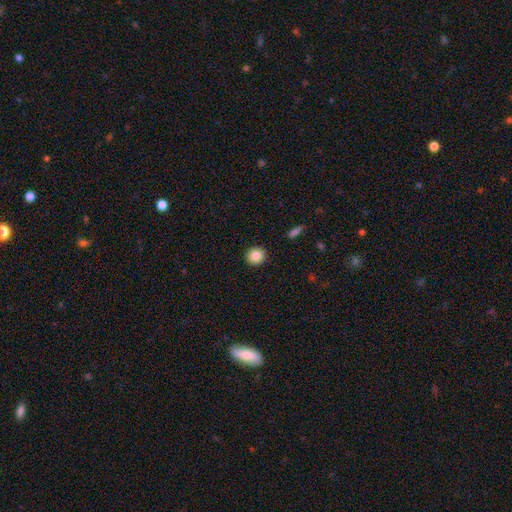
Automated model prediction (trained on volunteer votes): smooth 85%, star or artifact 9%, featured or disk 6%. Down the decision tree: how rounded — round (87%); merging — none (92%).